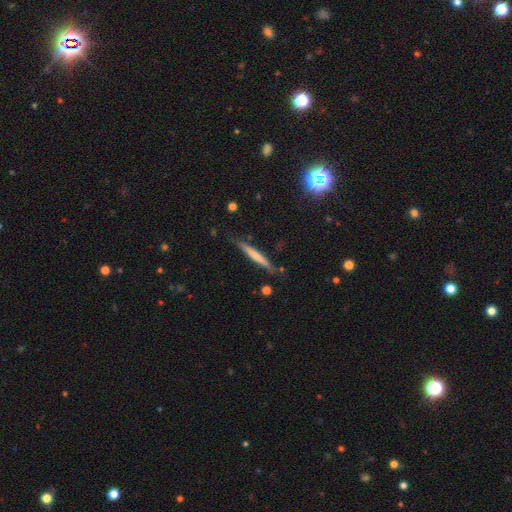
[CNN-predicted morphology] This is possibly a smooth galaxy (54%). How rounded: clearly cigar-shaped (96%). Merging: clearly none (80%).